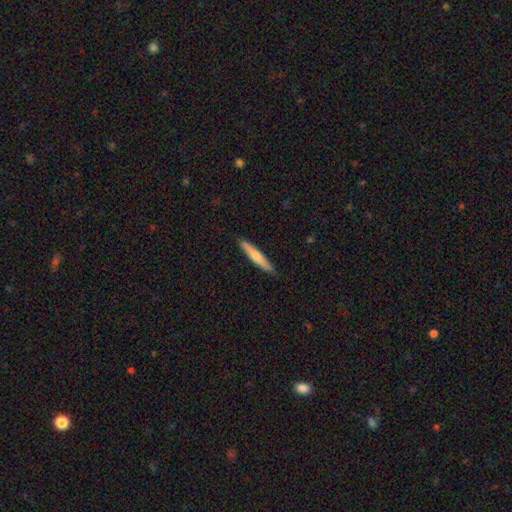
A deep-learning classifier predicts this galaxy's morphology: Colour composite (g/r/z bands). It shows a smooth galaxy with no disk features (55%) that is cigar-shaped (93%). Merging: none (91%).